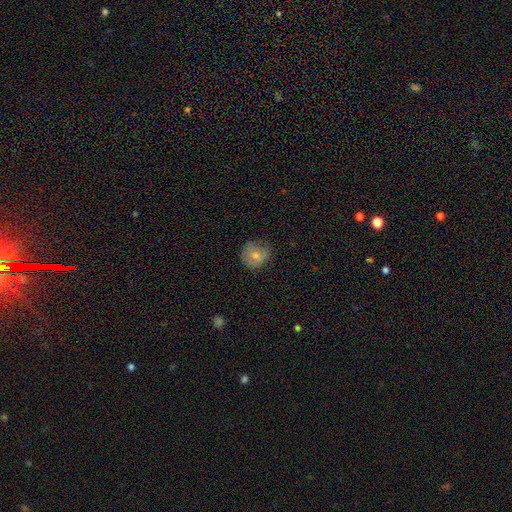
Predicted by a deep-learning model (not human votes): This appears to be a smooth galaxy with no disk features (73%) that is round (82%). Merging: none (63%).